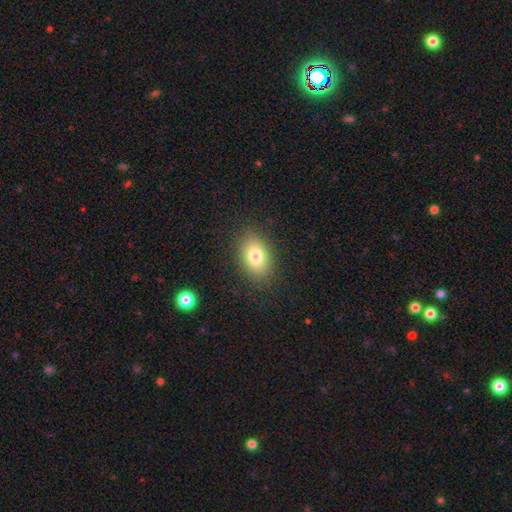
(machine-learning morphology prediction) smooth-or-featured: smooth: 78% | featured or disk: 12% | star or artifact: 10%
  how-rounded: in between: 83% | round: 16% | cigar-shaped: 2%
  merging: none: 87% | minor disturbance: 9% | major disturbance: 3% | merger: 1%